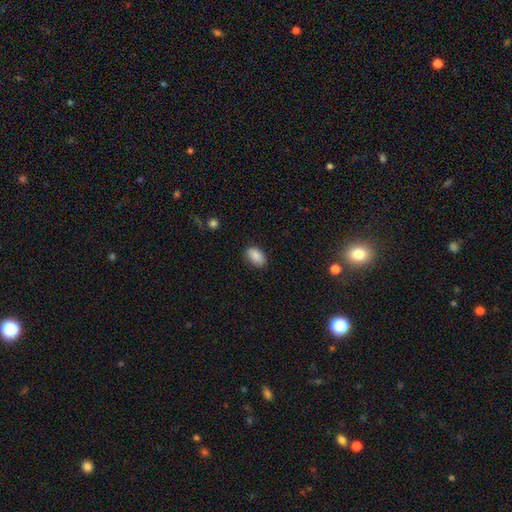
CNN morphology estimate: Smooth or featured: smooth — 87% (star or artifact — 7%)
How rounded: in between — 91% (round — 7%)
Merging: none — 84% (minor disturbance — 13%)